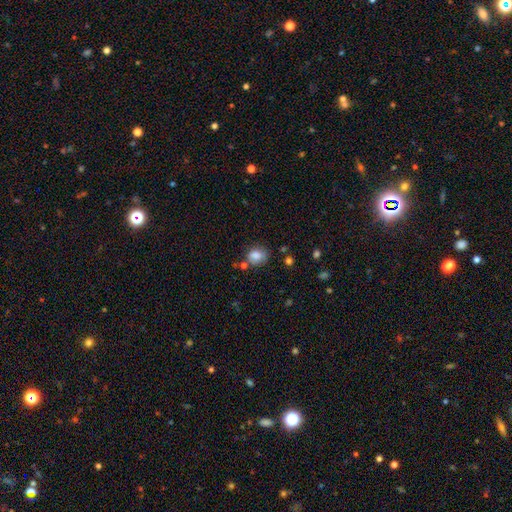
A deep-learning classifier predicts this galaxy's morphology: smooth_or_featured: smooth (p=0.82) [alt: star or artifact p=0.10]
how_rounded: in between (p=0.52) [alt: round p=0.47]
merging: none (p=0.62) [alt: minor disturbance p=0.21]